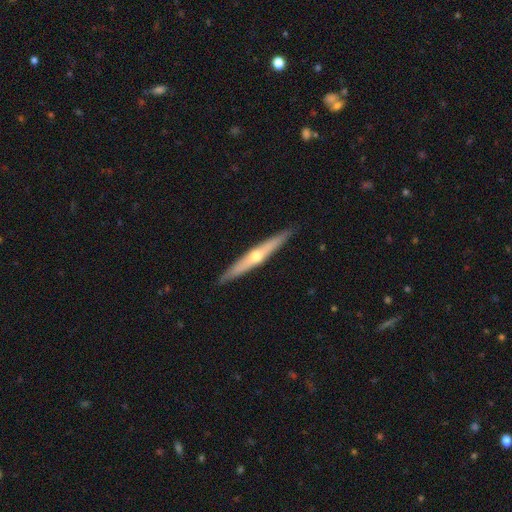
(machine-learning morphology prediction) This is likely a featured or disk galaxy (67%). It is clearly viewed edge-on (96%). Edge-on bulge: clearly rounded (86%). Merging: clearly none (91%).